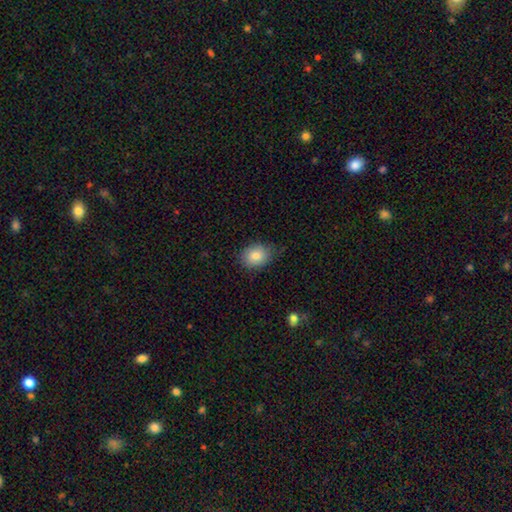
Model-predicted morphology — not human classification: smooth 82%, star or artifact 9%, featured or disk 9%. Down the decision tree: how rounded — round (51%); merging — none (77%).